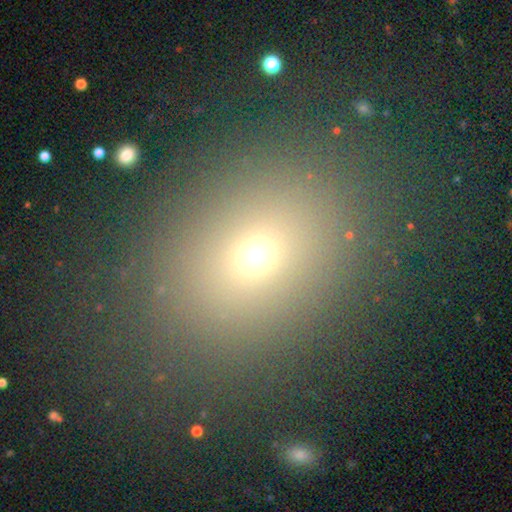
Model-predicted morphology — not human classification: Smooth or featured? Predicted: smooth (p=0.67). How rounded? Predicted: in between (p=0.51). Merging? Predicted: none (p=0.81).